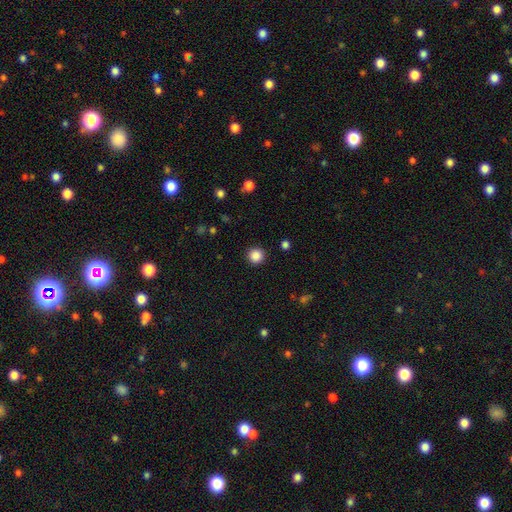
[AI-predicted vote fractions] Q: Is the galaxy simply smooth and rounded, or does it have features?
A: smooth — 87%.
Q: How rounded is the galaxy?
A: round — 95%.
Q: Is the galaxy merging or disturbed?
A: none — 92%.